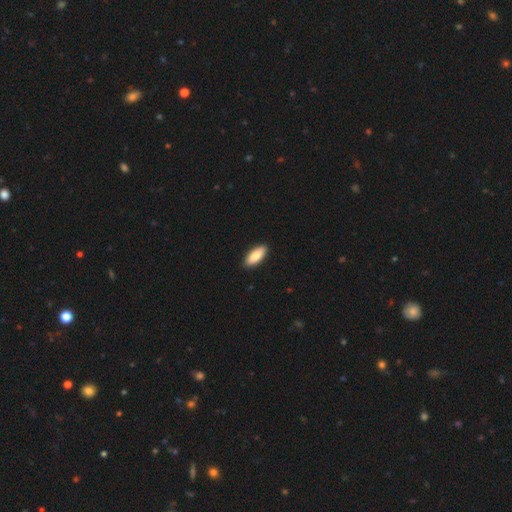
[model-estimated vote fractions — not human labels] This is clearly a smooth galaxy (83%). How rounded: clearly in between (82%). Merging: clearly none (90%).